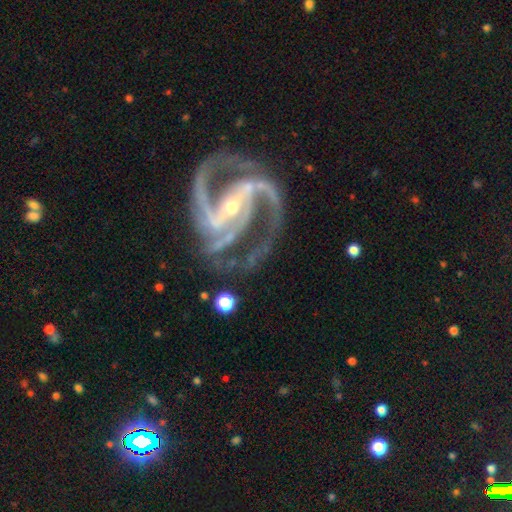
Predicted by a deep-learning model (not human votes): A featured or disk galaxy (94%) with a strong bar (65%), 2 (42%) medium (62%) spiral arms (99%) and a small central bulge (68%).

Vote fractions:
- Smooth or featured? featured or disk: 94% / star or artifact: 4% / smooth: 2%
- Edge-on disk? no: 98% / yes: 2%
- Bar? strong: 65% / weak: 23% / no: 12%
- Spiral arms? yes: 99% / no: 1%
- Spiral winding? medium: 62% / tight: 27% / loose: 11%
- Spiral arm count? 2: 42% / 3: 37% / 4: 7% / can't tell: 5% / more than 4: 4% / 1: 4%
- Bulge size? small: 68% / moderate: 29% / large: 1% / none: 1% / dominant: 1%
- Merging? none: 65% / minor disturbance: 18% / major disturbance: 13% / merger: 3%